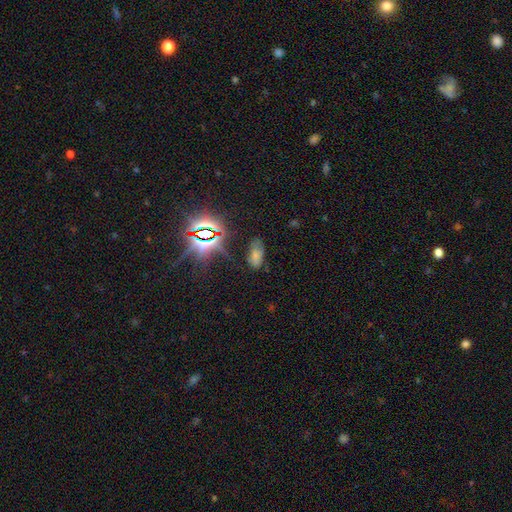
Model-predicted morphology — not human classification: Smooth or featured? smooth (57%)
How rounded? in between (90%)
Merging? none (63%)